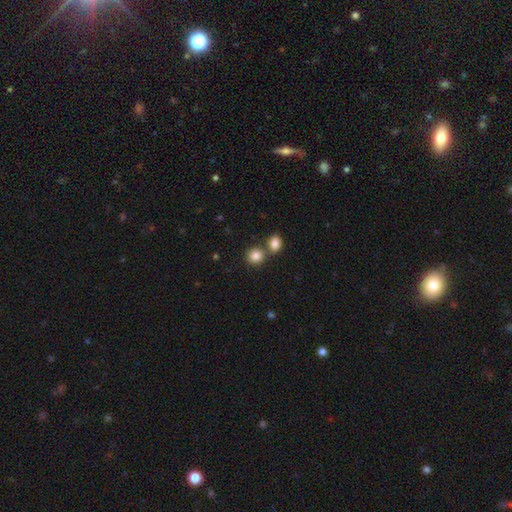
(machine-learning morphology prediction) smooth_or_featured: smooth (p=0.85) [alt: star or artifact p=0.09]
how_rounded: round (p=0.81) [alt: in between p=0.18]
merging: none (p=0.59) [alt: merger p=0.31]